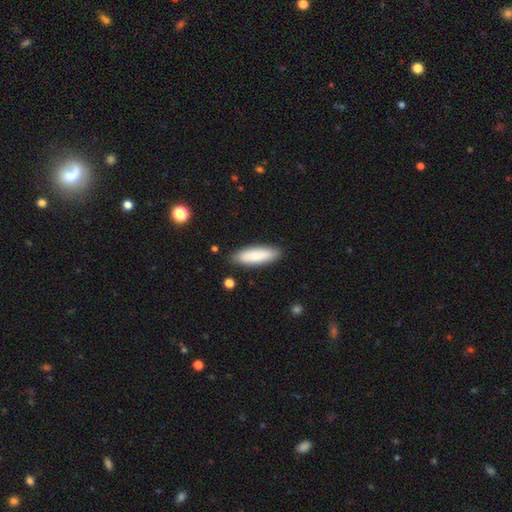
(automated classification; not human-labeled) Smooth or featured?
  - smooth: 83% *
  - featured or disk: 11%
  - star or artifact: 6%
How rounded?
  - in between: 51% *
  - cigar-shaped: 47%
  - round: 2%
Merging?
  - none: 88% *
  - minor disturbance: 9%
  - major disturbance: 2%
  - merger: 1%